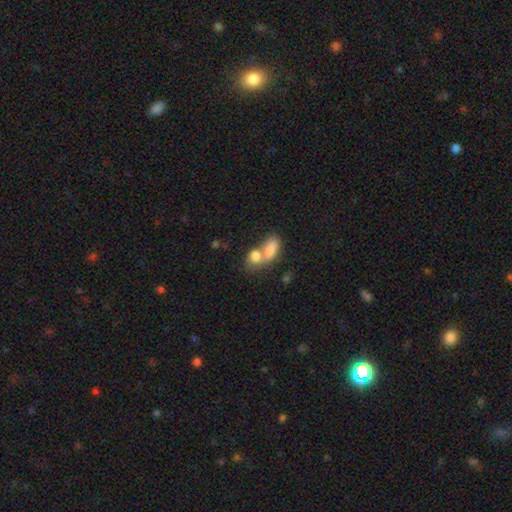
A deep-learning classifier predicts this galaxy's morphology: A smooth galaxy with no disk features (79%) that is in between round and cigar-shaped (73%).

Vote fractions:
- Smooth or featured? smooth: 79% / featured or disk: 13% / star or artifact: 8%
- How rounded? in between: 73% / round: 22% / cigar-shaped: 4%
- Merging? merger: 69% / none: 20% / minor disturbance: 7% / major disturbance: 5%